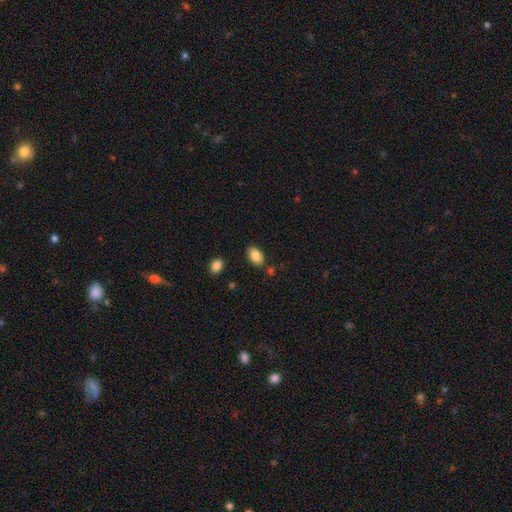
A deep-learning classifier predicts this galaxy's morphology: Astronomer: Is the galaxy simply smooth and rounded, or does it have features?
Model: smooth — 85%.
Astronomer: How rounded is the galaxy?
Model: in between — 90%.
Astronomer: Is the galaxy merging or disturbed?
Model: none — 80%.